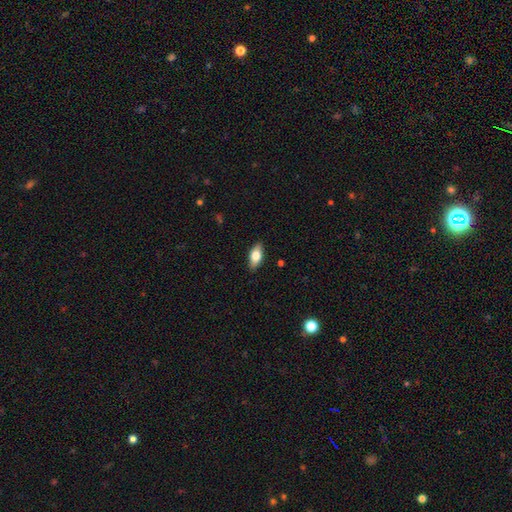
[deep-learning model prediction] Morphology: type=smooth (71%); roundness=in between (86%); merging=none (88%).